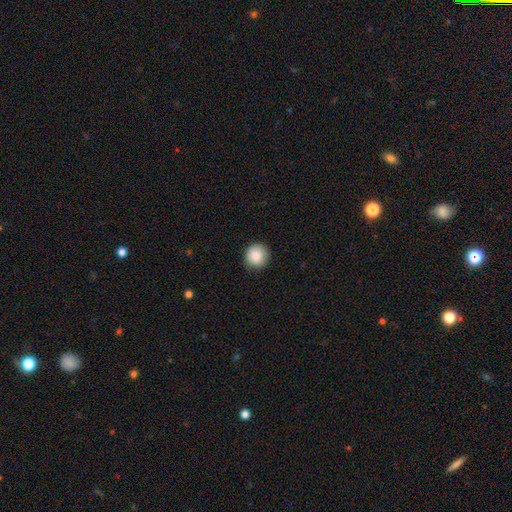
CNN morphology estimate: Smooth or featured?
  - smooth: 88% *
  - star or artifact: 8%
  - featured or disk: 4%
How rounded?
  - round: 93% *
  - in between: 6%
  - cigar-shaped: 1%
Merging?
  - none: 88% *
  - minor disturbance: 9%
  - major disturbance: 2%
  - merger: 1%